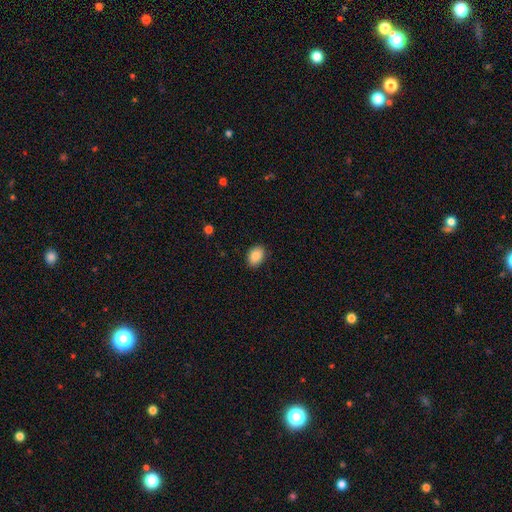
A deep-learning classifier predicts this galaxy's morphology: Q: Smooth or featured?
A: smooth (88%); runner-up: star or artifact (8%)
Q: How rounded?
A: in between (80%); runner-up: round (18%)
Q: Merging?
A: none (88%); runner-up: minor disturbance (9%)